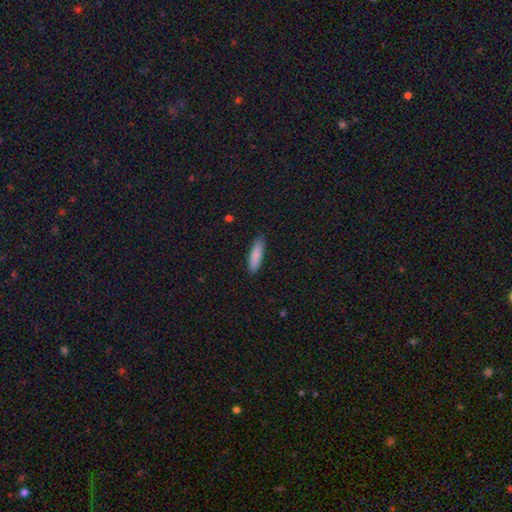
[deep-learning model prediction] Smooth or featured? Predicted: smooth (p=0.87). How rounded? Predicted: cigar-shaped (p=0.63). Merging? Predicted: none (p=0.85).